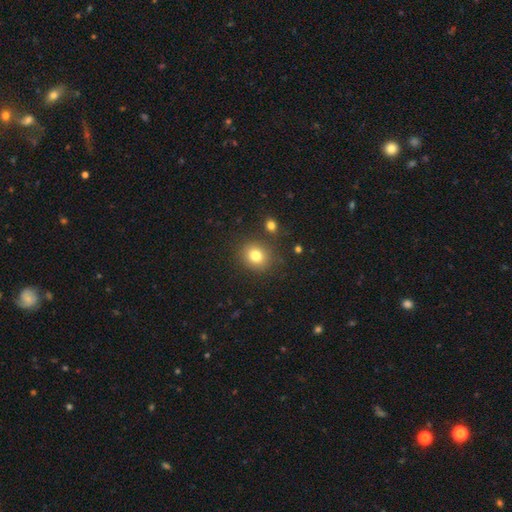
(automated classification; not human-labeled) The model was most divided on "how rounded": round: 74%, in between: 25%, cigar-shaped: 1%. More confident: merging — none (84%); smooth or featured — smooth (80%).